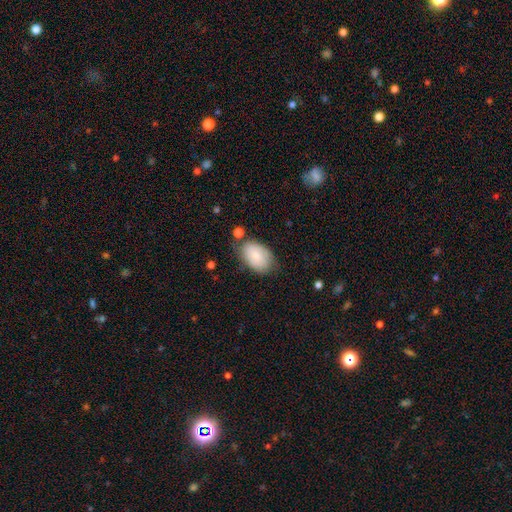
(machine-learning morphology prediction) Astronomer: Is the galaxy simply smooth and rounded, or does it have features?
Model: smooth — 80%.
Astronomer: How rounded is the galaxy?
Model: in between — 92%.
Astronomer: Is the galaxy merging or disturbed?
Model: none — 64%.